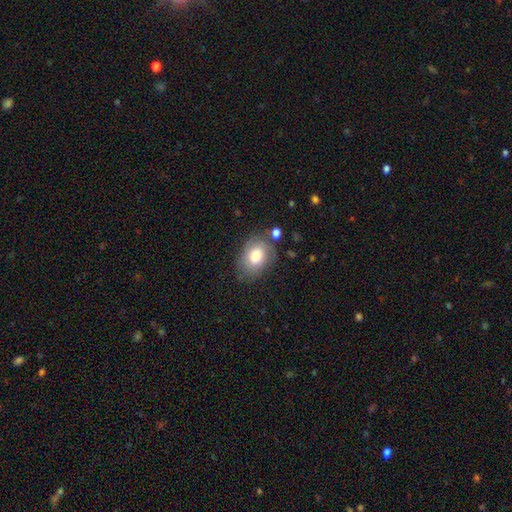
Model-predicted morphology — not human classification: The model was most divided on "merging": none: 65%, minor disturbance: 22%, major disturbance: 8%, merger: 5%. More confident: how rounded — in between (77%); smooth or featured — smooth (75%).